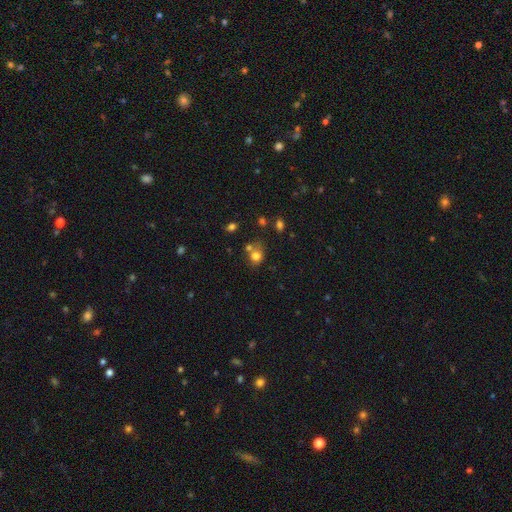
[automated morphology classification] smooth_or_featured: smooth (p=0.76) [alt: star or artifact p=0.14]
how_rounded: round (p=0.66) [alt: in between p=0.33]
merging: none (p=0.50) [alt: merger p=0.28]